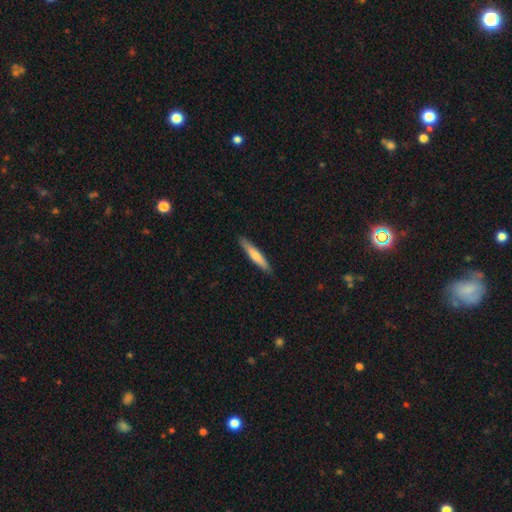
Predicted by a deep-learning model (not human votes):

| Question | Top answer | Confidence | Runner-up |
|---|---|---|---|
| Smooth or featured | smooth | 70% | featured or disk (25%) |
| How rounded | cigar-shaped | 92% | in between (7%) |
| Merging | none | 88% | minor disturbance (9%) |